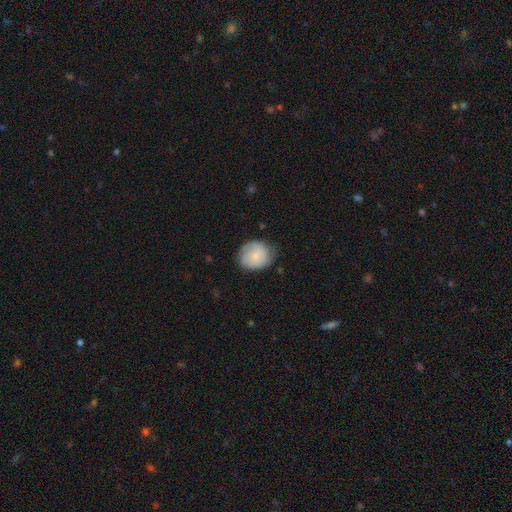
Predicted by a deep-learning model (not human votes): smooth_or_featured: smooth (p=0.71) [alt: featured or disk p=0.22]
how_rounded: round (p=0.65) [alt: in between p=0.35]
merging: none (p=0.63) [alt: minor disturbance p=0.29]